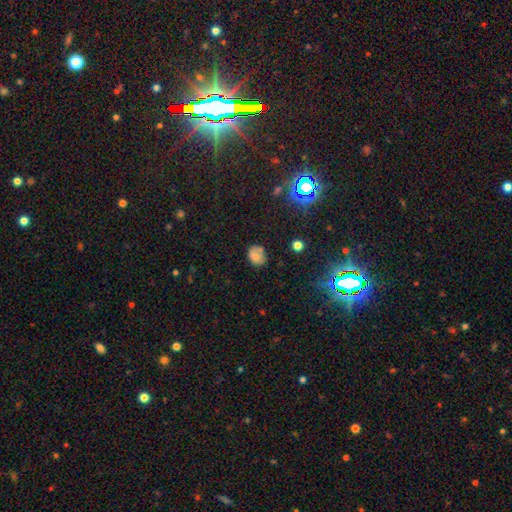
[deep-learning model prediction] A smooth galaxy with no disk features (72%) that is round (52%).

Vote fractions:
- Smooth or featured? smooth: 72% / featured or disk: 14% / star or artifact: 14%
- How rounded? round: 52% / in between: 47% / cigar-shaped: 1%
- Merging? none: 59% / minor disturbance: 24% / merger: 9% / major disturbance: 8%